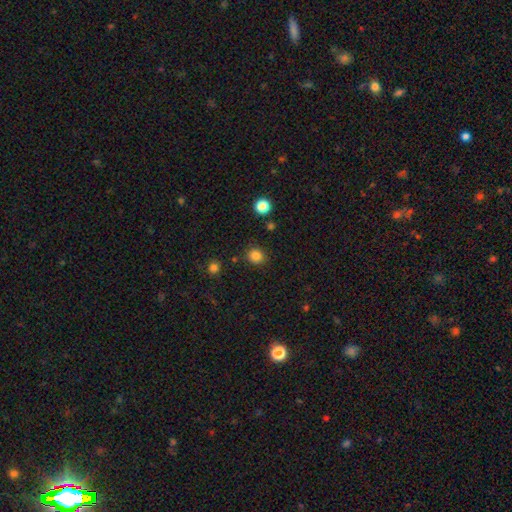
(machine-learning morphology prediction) A smooth galaxy with no disk features (84%) that is round (87%).

Vote fractions:
- Smooth or featured? smooth: 84% / star or artifact: 13% / featured or disk: 4%
- How rounded? round: 87% / in between: 13% / cigar-shaped: 1%
- Merging? none: 87% / minor disturbance: 8% / major disturbance: 3% / merger: 3%